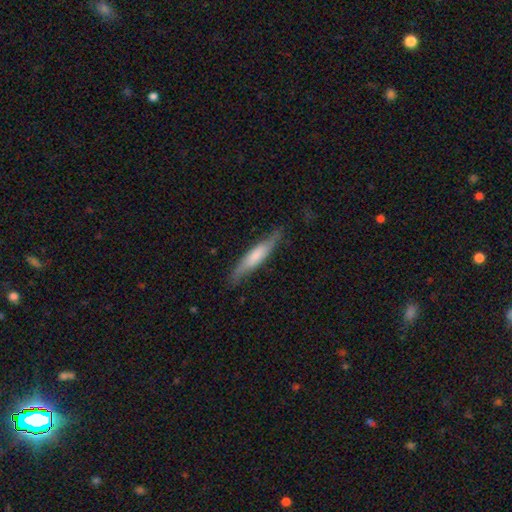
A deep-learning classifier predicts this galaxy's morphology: smooth 58%, featured or disk 37%, star or artifact 5%. Down the decision tree: how rounded — cigar-shaped (86%); merging — none (79%).